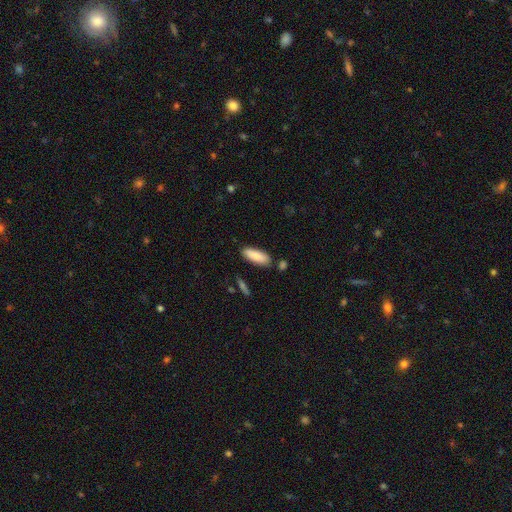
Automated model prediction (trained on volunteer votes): Q: Smooth or featured?
A: smooth (85%); runner-up: featured or disk (9%)
Q: How rounded?
A: in between (69%); runner-up: cigar-shaped (29%)
Q: Merging?
A: none (83%); runner-up: minor disturbance (11%)